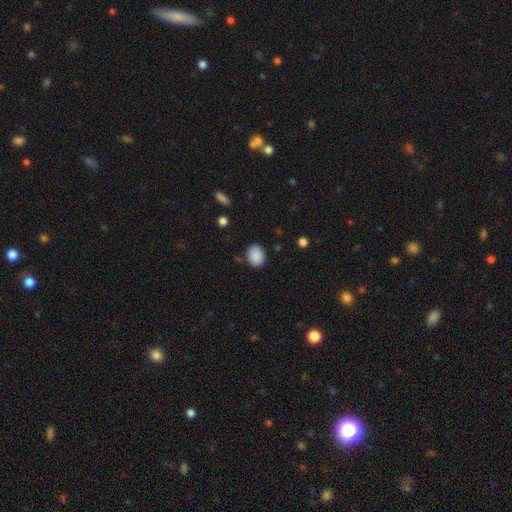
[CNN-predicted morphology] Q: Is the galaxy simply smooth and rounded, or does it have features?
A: smooth — 88%.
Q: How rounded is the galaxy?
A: round — 54%.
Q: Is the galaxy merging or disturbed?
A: none — 82%.